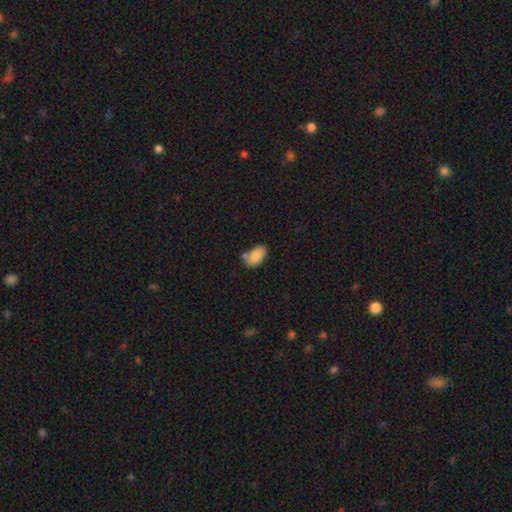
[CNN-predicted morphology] Overall: smooth (83%). How rounded: in between (92%). Merging: none (55%; minor disturbance 22%).